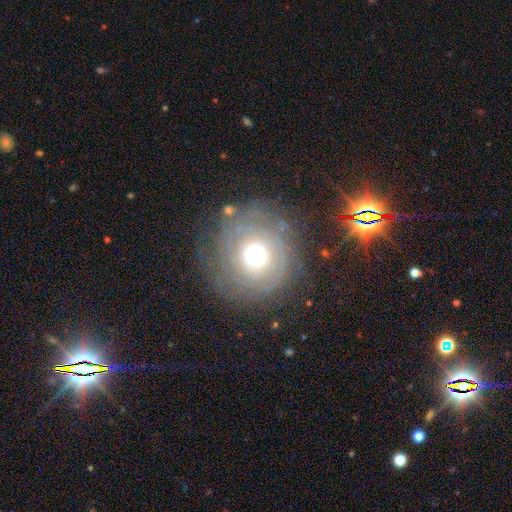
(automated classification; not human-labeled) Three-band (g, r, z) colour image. It shows a featured or disk galaxy (59%) with no bar (85%), spiral arms (69%) and a moderate central bulge (59%). Merging: none (72%).